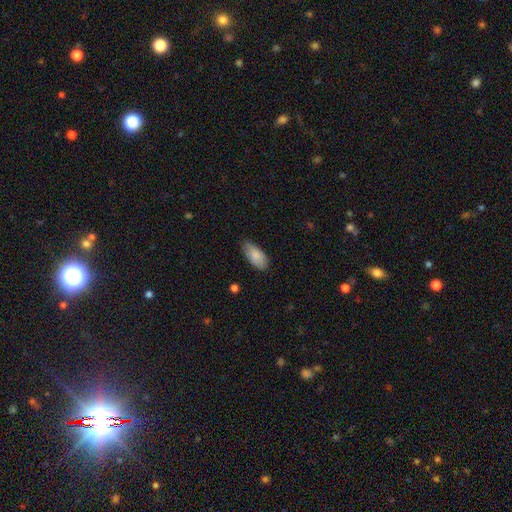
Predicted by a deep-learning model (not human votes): The model was most divided on "merging": none: 76%, minor disturbance: 20%, major disturbance: 3%, merger: 1%. More confident: how rounded — in between (91%); smooth or featured — smooth (85%).